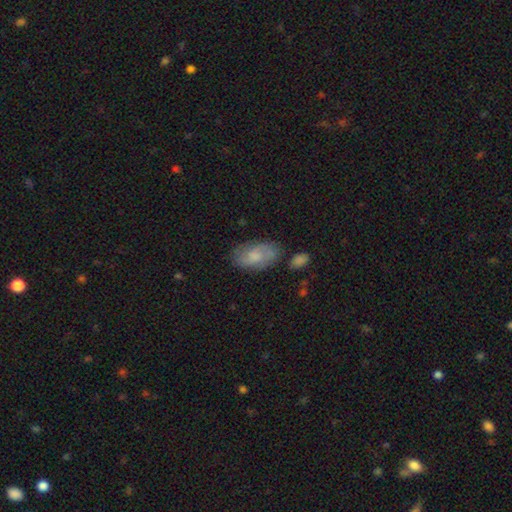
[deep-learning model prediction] The model was most divided on "smooth or featured": smooth: 59%, featured or disk: 34%, star or artifact: 7%. More confident: how rounded — in between (92%); merging — none (68%).